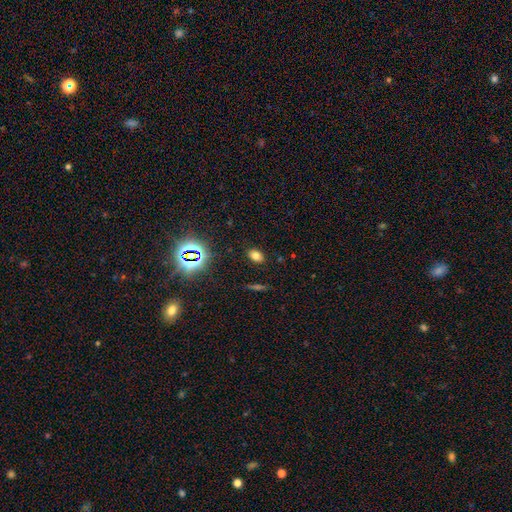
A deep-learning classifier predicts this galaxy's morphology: smooth-or-featured: smooth: 71% | star or artifact: 20% | featured or disk: 8%
  how-rounded: in between: 80% | round: 18% | cigar-shaped: 2%
  merging: none: 87% | minor disturbance: 9% | major disturbance: 3% | merger: 2%